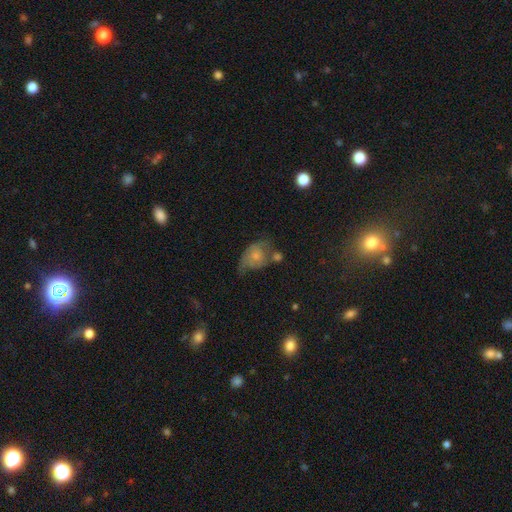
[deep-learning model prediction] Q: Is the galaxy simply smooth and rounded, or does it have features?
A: smooth — 51%.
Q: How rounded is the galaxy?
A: in between — 70%.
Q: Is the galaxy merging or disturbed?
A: minor disturbance — 31%.